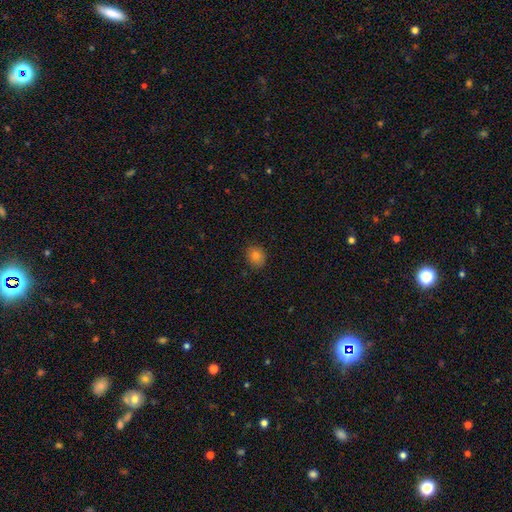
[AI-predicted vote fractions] smooth-or-featured: smooth: 80% | star or artifact: 13% | featured or disk: 7%
  how-rounded: round: 62% | in between: 37% | cigar-shaped: 1%
  merging: none: 86% | minor disturbance: 11% | major disturbance: 2% | merger: 1%